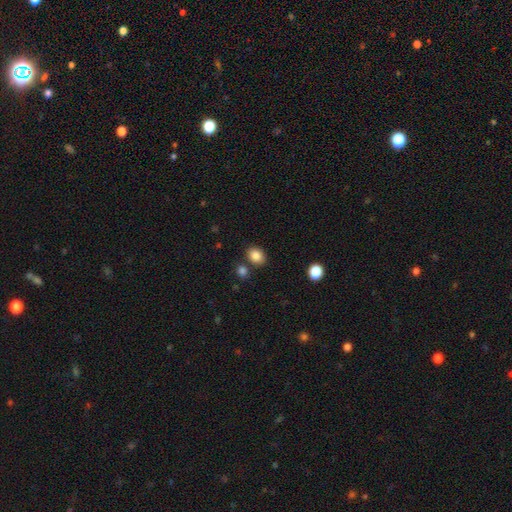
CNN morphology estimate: The model was most divided on "how rounded": in between: 56%, round: 43%, cigar-shaped: 1%. More confident: smooth or featured — smooth (86%); merging — none (78%).